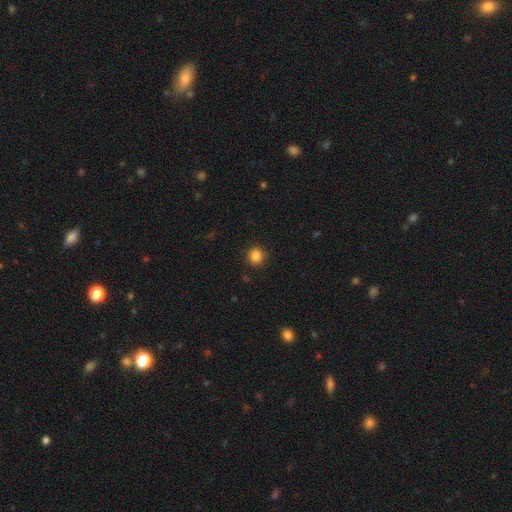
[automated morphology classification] Smooth or featured: smooth — 85% (star or artifact — 11%)
How rounded: round — 89% (in between — 10%)
Merging: none — 90% (minor disturbance — 6%)